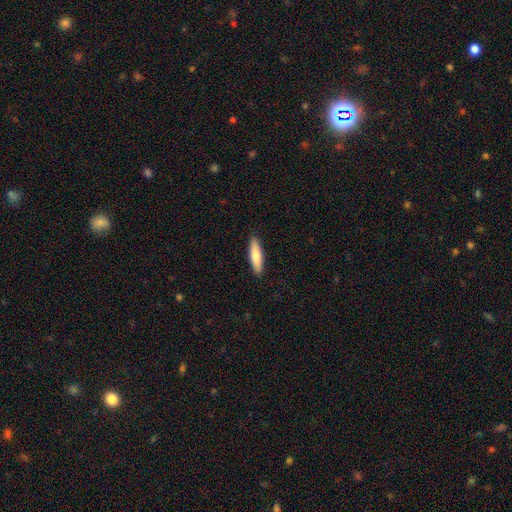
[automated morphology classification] type=smooth (76%); roundness=cigar-shaped (72%); merging=none (90%).